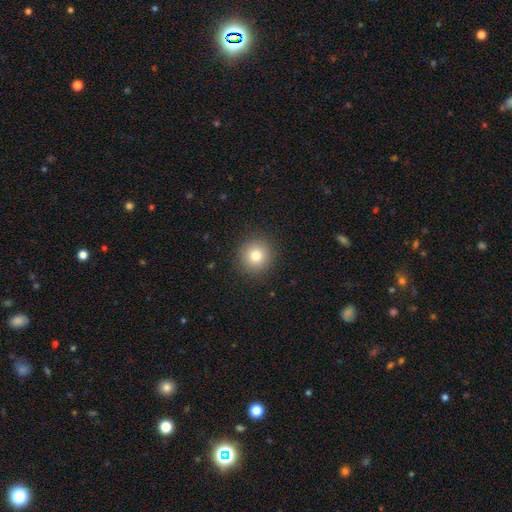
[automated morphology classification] smooth-or-featured: smooth: 79% | star or artifact: 12% | featured or disk: 9%
  how-rounded: round: 94% | in between: 5% | cigar-shaped: 1%
  merging: none: 91% | minor disturbance: 6% | major disturbance: 2% | merger: 1%